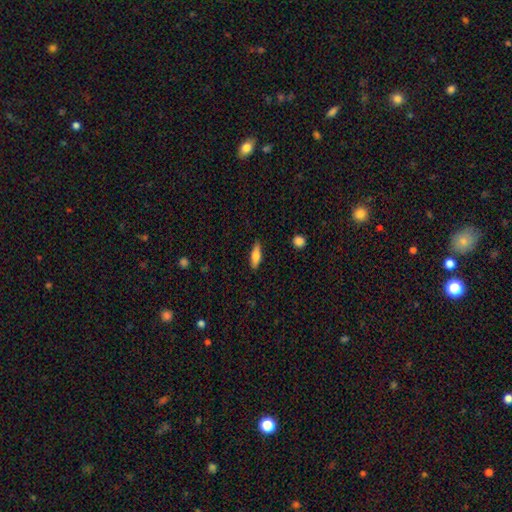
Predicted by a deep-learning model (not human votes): Overall: smooth (76%). How rounded: in between (54%; cigar-shaped 43%). Merging: none (85%).